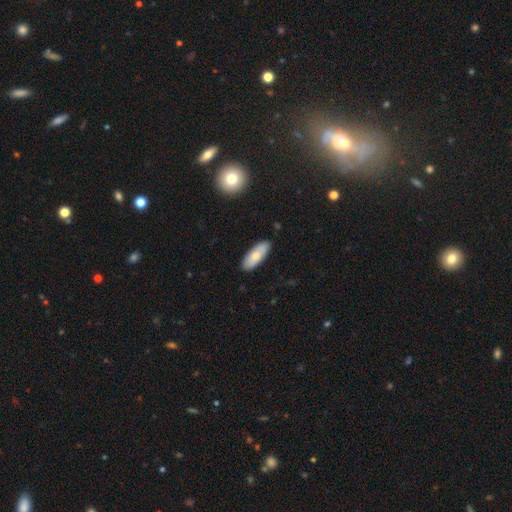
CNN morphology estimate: A smooth galaxy with no disk features (72%) that is in between round and cigar-shaped (77%). Merging: none (88%).